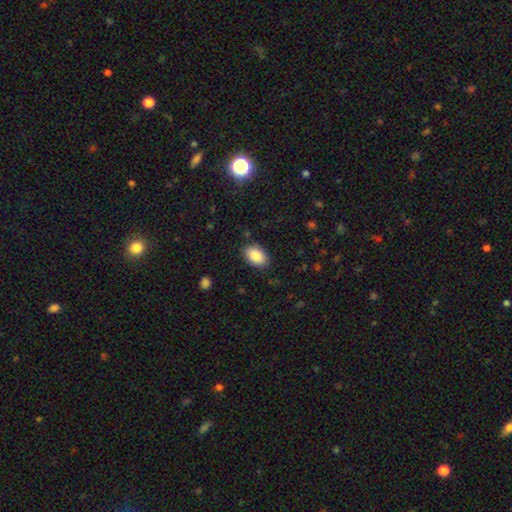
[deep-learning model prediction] smooth_or_featured: smooth (p=0.89) [alt: star or artifact p=0.06]
how_rounded: in between (p=0.92) [alt: round p=0.07]
merging: none (p=0.87) [alt: minor disturbance p=0.10]